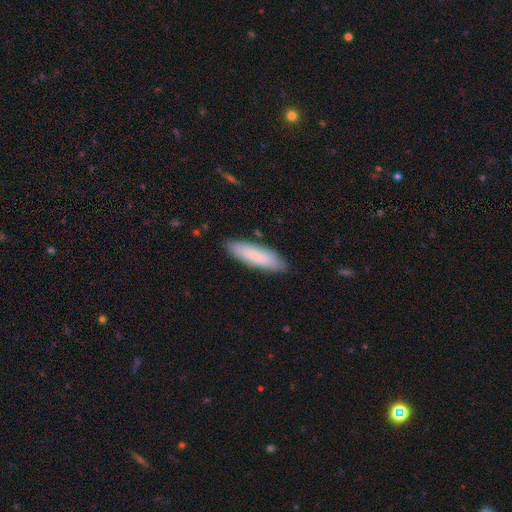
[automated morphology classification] Smooth or featured? Predicted: smooth (p=0.80). How rounded? Predicted: cigar-shaped (p=0.56). Merging? Predicted: none (p=0.85).